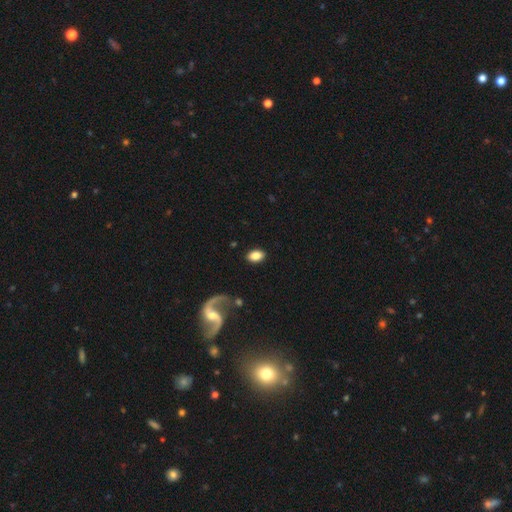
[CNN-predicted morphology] This appears to be a smooth galaxy with no disk features (80%) that is in between round and cigar-shaped (87%). Merging: none (86%).